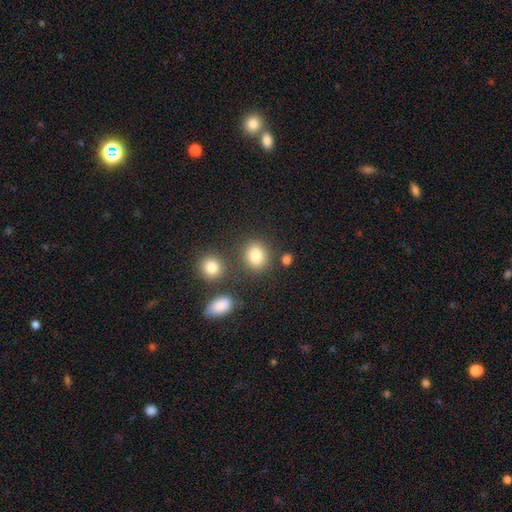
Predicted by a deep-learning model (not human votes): smooth 84%, star or artifact 10%, featured or disk 6%. Down the decision tree: how rounded — round (55%); merging — none (74%).